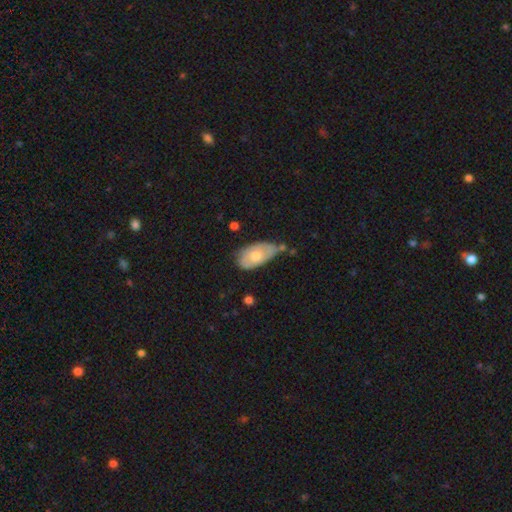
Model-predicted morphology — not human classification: This appears to be a smooth galaxy with no disk features (56%) that is in between round and cigar-shaped (91%). Merging: minor disturbance (41%).